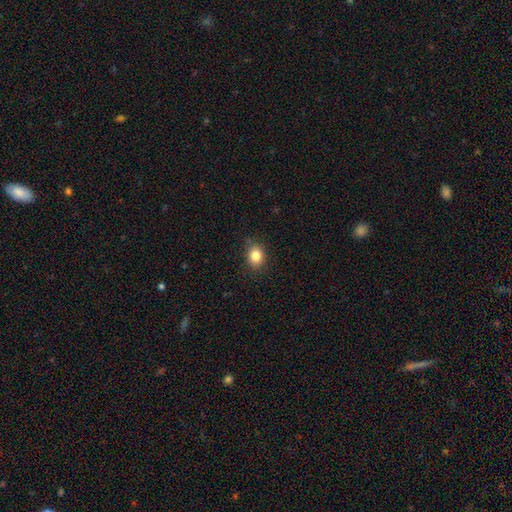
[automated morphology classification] Smooth or featured? smooth (83%)
How rounded? in between (51%)
Merging? none (83%)